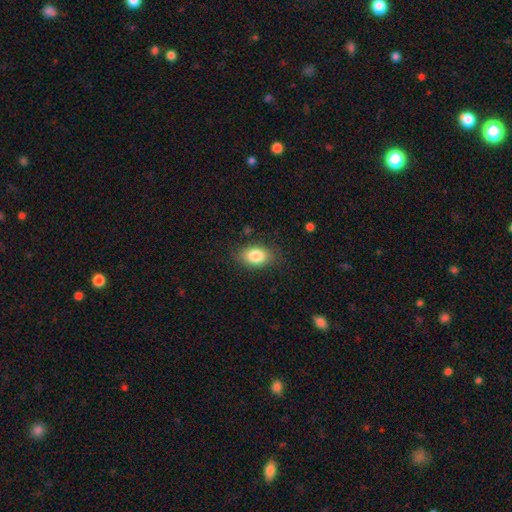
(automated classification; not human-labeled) Overall: smooth (84%). How rounded: in between (85%). Merging: none (82%).